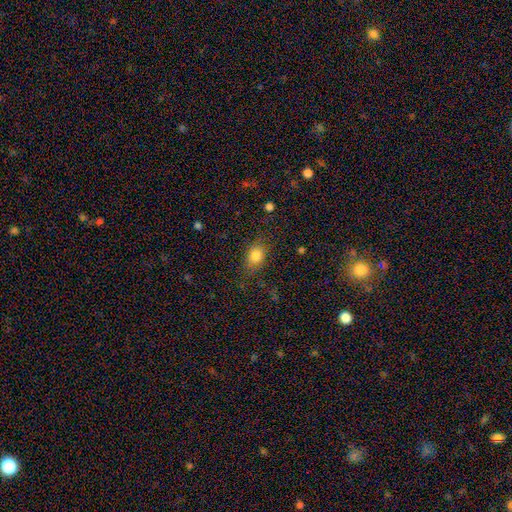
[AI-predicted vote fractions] smooth_or_featured: smooth (p=0.79) [alt: star or artifact p=0.12]
how_rounded: in between (p=0.65) [alt: round p=0.32]
merging: none (p=0.76) [alt: minor disturbance p=0.16]